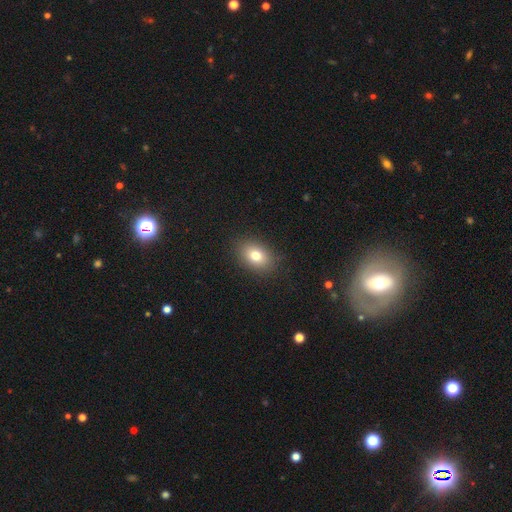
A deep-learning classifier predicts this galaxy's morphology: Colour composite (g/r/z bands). It shows a smooth galaxy with no disk features (77%) that is in between round and cigar-shaped (74%). Merging: none (87%).